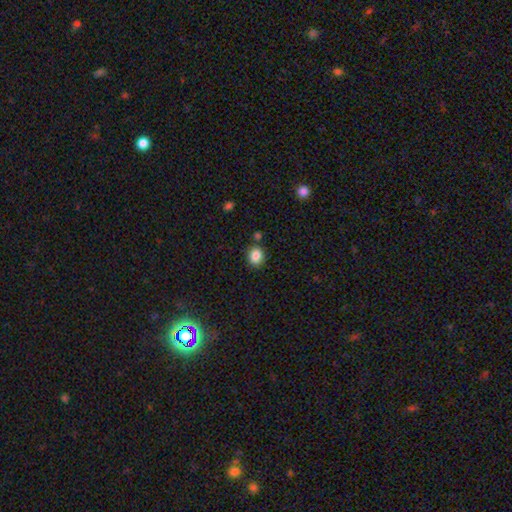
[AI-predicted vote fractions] Overall: smooth (86%). How rounded: round (67%; in between 32%). Merging: none (82%).